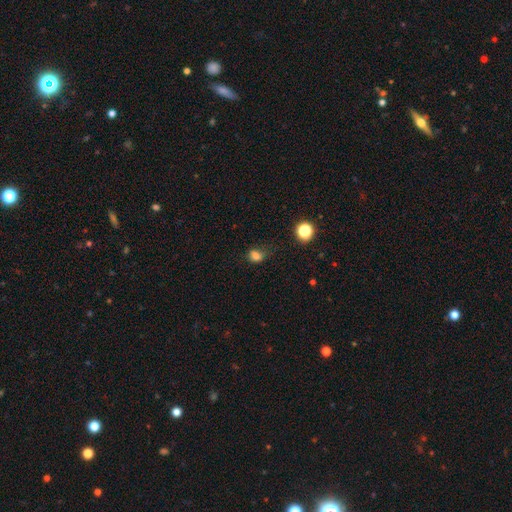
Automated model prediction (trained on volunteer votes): Smooth or featured: smooth — 76% (star or artifact — 17%)
How rounded: in between — 53% (round — 46%)
Merging: none — 49% (minor disturbance — 29%)